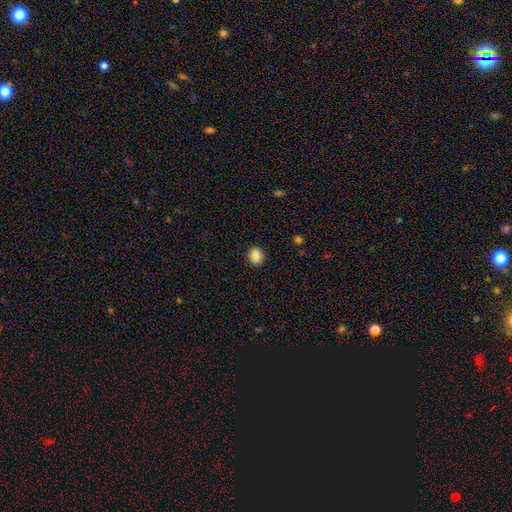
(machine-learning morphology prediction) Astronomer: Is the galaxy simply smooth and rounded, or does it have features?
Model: smooth — 86%.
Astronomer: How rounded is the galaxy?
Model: round — 75%.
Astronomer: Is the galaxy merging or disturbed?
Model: none — 91%.